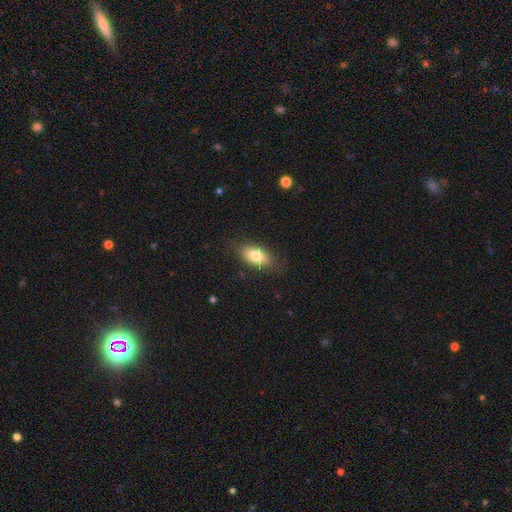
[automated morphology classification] This is likely a smooth galaxy (80%). How rounded: clearly in between (89%). Merging: clearly none (82%).